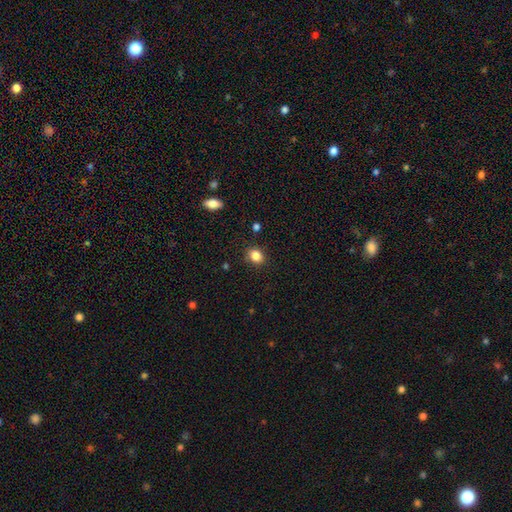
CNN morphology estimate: A smooth galaxy with no disk features (85%) that is round (56%). Merging: none (86%).